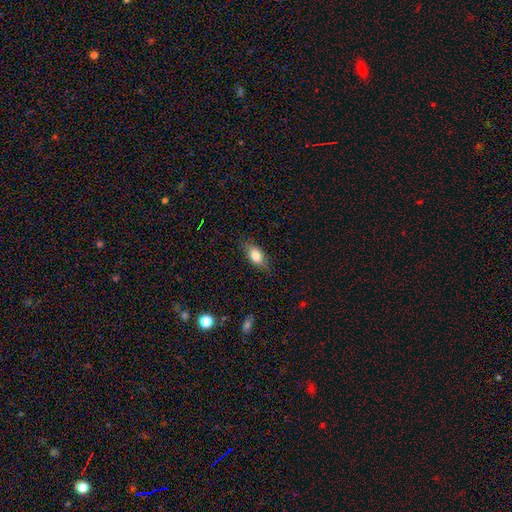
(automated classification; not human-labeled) Morphology: type=smooth (80%); roundness=in between (85%); merging=none (78%).